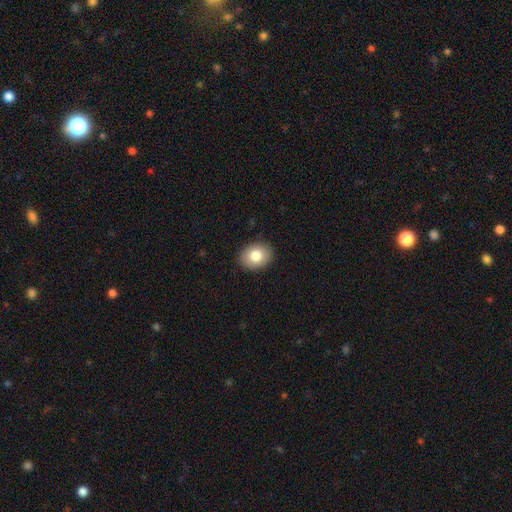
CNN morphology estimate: Smooth or featured?
  - smooth: 82% *
  - featured or disk: 10%
  - star or artifact: 8%
How rounded?
  - in between: 51% *
  - round: 48%
  - cigar-shaped: 1%
Merging?
  - none: 90% *
  - minor disturbance: 7%
  - major disturbance: 2%
  - merger: 1%